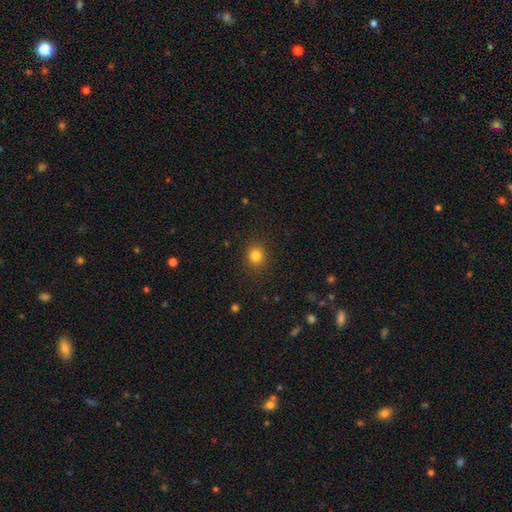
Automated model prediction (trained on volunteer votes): A smooth galaxy with no disk features (82%) that is round (85%).

Vote fractions:
- Smooth or featured? smooth: 82% / star or artifact: 13% / featured or disk: 5%
- How rounded? round: 85% / in between: 15% / cigar-shaped: 1%
- Merging? none: 89% / minor disturbance: 7% / major disturbance: 3% / merger: 1%